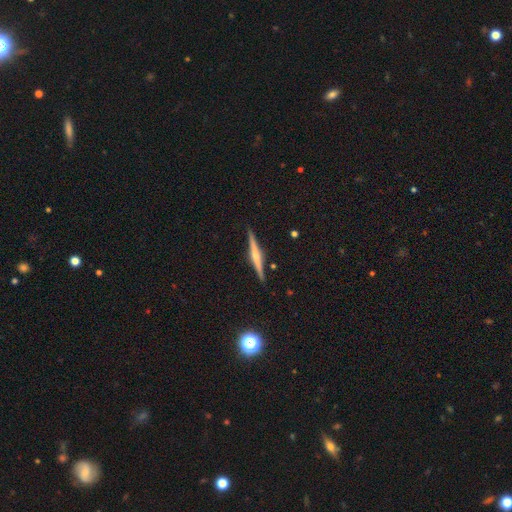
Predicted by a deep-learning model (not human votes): featured or disk 72%, smooth 22%, star or artifact 6%. Down the decision tree: edge-on disk — yes (98%); edge-on bulge — rounded (69%); merging — none (91%).